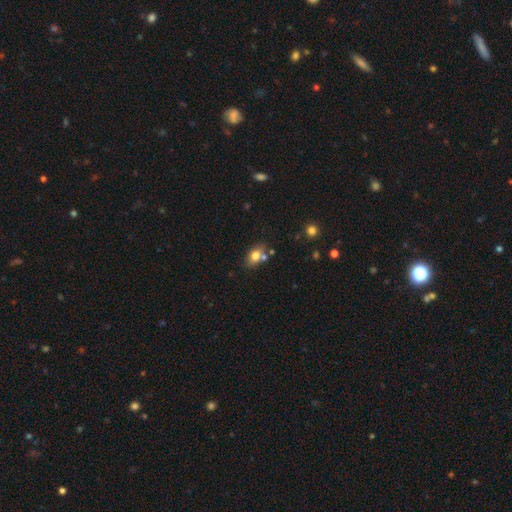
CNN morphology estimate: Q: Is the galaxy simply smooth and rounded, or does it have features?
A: smooth — 74%.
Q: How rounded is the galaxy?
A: in between — 76%.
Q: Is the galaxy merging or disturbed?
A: none — 61%.